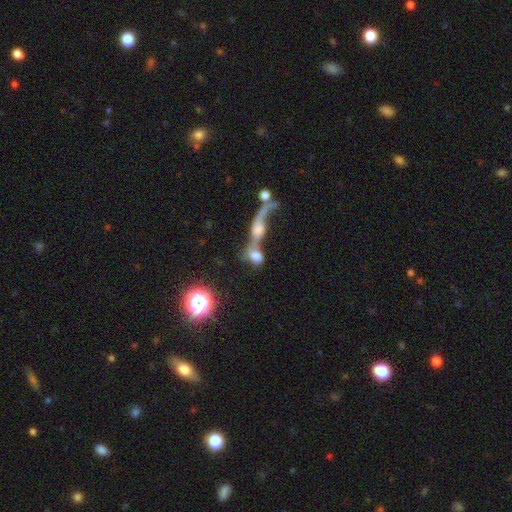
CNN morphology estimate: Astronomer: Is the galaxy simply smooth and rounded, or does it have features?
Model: smooth — 54% (runner-up: featured or disk, 32%).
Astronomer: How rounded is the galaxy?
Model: in between — 63%.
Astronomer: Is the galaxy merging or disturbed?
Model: merger — 74%.